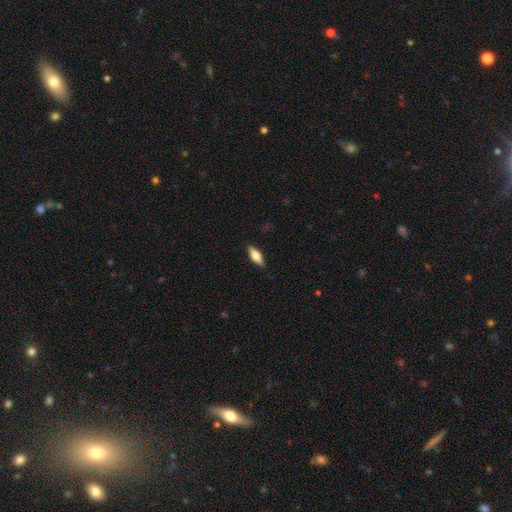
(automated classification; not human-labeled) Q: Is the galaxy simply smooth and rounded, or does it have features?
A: smooth — 68%.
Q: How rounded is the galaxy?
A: in between — 67%.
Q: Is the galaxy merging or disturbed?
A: none — 86%.